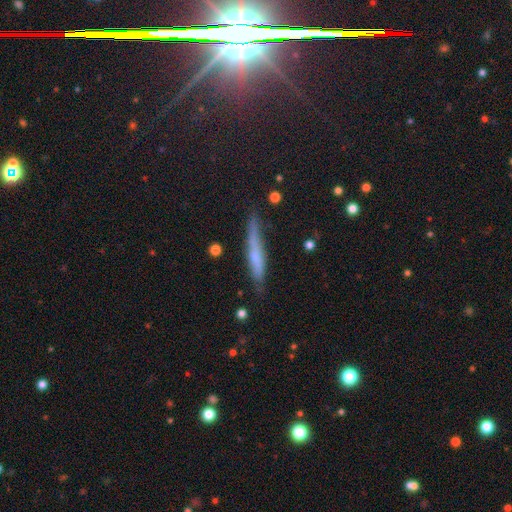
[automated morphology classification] type=smooth (54%); roundness=cigar-shaped (92%); merging=none (72%).